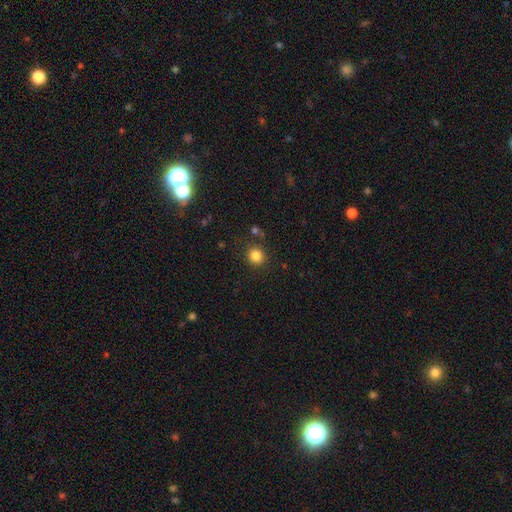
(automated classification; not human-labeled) Smooth or featured?
  - smooth: 84% *
  - star or artifact: 12%
  - featured or disk: 5%
How rounded?
  - round: 87% *
  - in between: 12%
  - cigar-shaped: 1%
Merging?
  - none: 85% *
  - minor disturbance: 8%
  - merger: 4%
  - major disturbance: 3%